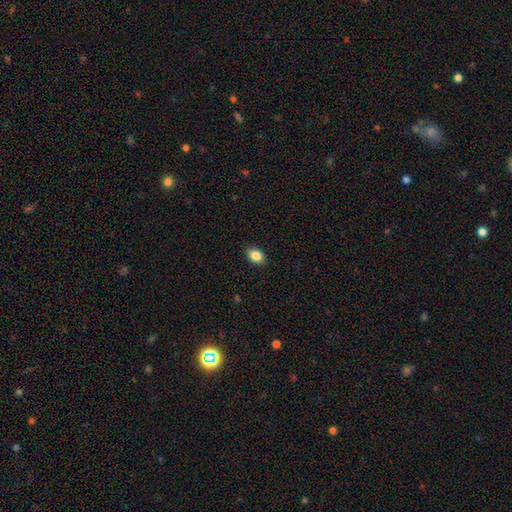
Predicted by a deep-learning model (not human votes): smooth 86%, star or artifact 8%, featured or disk 6%. Down the decision tree: how rounded — in between (78%); merging — none (86%).